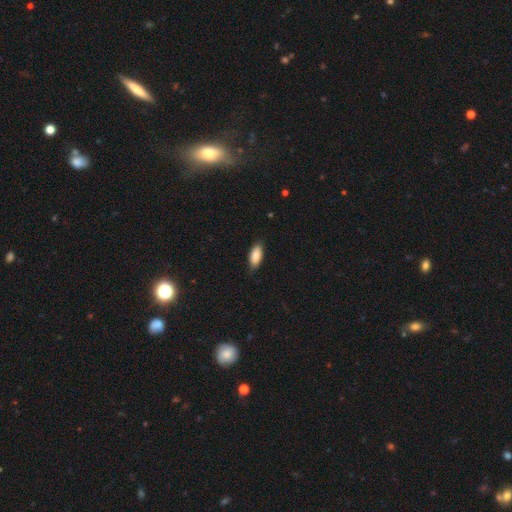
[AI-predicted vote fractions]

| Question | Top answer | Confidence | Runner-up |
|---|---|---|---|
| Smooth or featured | smooth | 88% | star or artifact (6%) |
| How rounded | in between | 87% | cigar-shaped (11%) |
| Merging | none | 84% | minor disturbance (13%) |